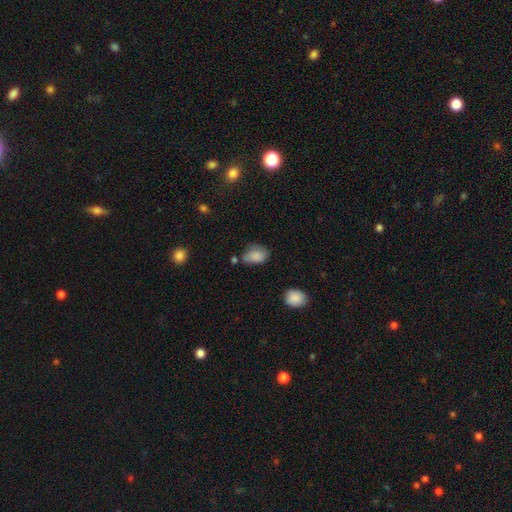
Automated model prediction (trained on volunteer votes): Smooth or featured?
  - smooth: 82% *
  - featured or disk: 9%
  - star or artifact: 9%
How rounded?
  - in between: 82% *
  - round: 16%
  - cigar-shaped: 2%
Merging?
  - none: 46% *
  - minor disturbance: 36%
  - major disturbance: 11%
  - merger: 8%